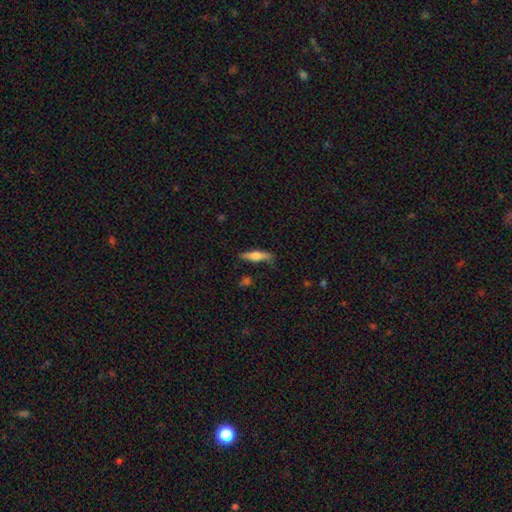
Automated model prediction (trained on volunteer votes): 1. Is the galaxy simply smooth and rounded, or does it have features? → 55% smooth, 39% featured or disk, 6% star or artifact.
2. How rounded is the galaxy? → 74% cigar-shaped, 23% in between, 2% round.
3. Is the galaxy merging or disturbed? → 77% none, 17% minor disturbance, 4% major disturbance, 2% merger.